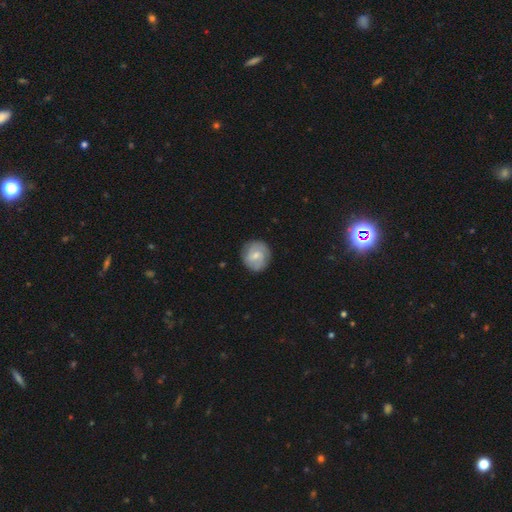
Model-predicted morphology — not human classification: Smooth or featured? Predicted: featured or disk (p=0.53). Edge-on disk? Predicted: no (p=0.97). Bar? Predicted: weak (p=0.56). Spiral arms? Predicted: yes (p=0.82). Bulge size? Predicted: small (p=0.51). Merging? Predicted: none (p=0.85).